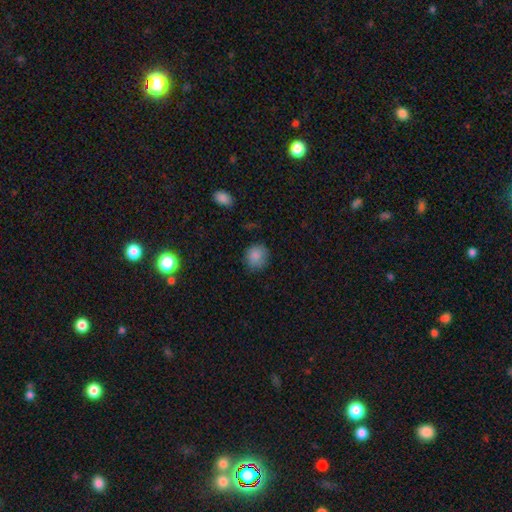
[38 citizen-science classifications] A smooth galaxy with no disk features (95%) that is round (83%). Merging: none (72%).